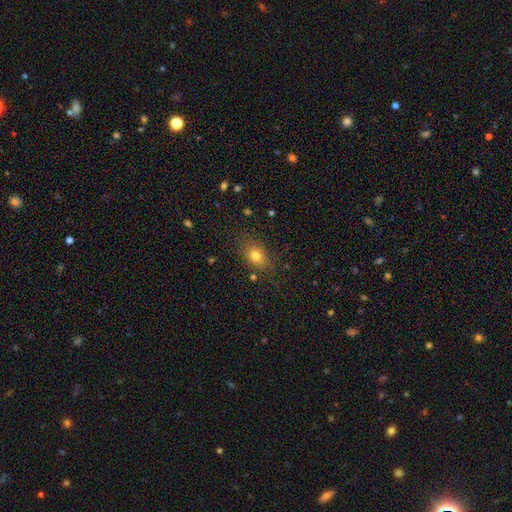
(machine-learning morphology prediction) smooth-or-featured: smooth: 77% | star or artifact: 12% | featured or disk: 10%
  how-rounded: in between: 71% | round: 27% | cigar-shaped: 2%
  merging: none: 78% | minor disturbance: 14% | major disturbance: 5% | merger: 2%